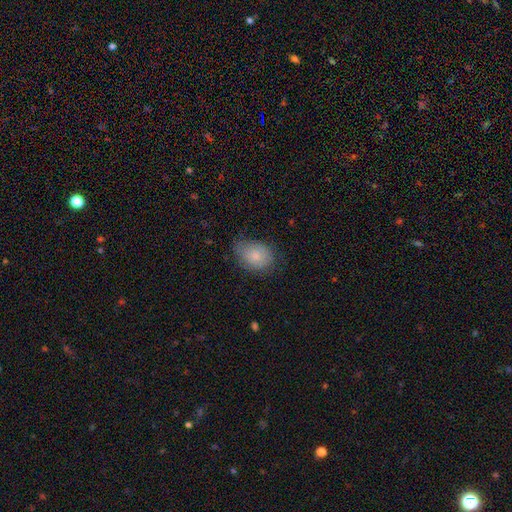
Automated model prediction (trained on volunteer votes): A smooth galaxy with no disk features (81%) that is in between round and cigar-shaped (68%). Merging: none (61%).